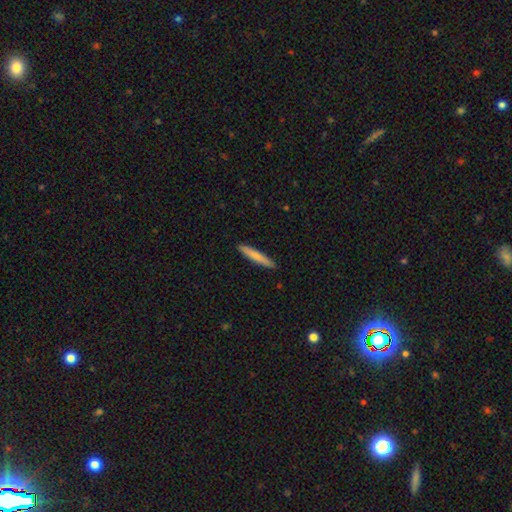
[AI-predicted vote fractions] Q: Smooth or featured?
A: smooth (78%); runner-up: featured or disk (17%)
Q: How rounded?
A: cigar-shaped (94%); runner-up: in between (5%)
Q: Merging?
A: none (91%); runner-up: minor disturbance (6%)